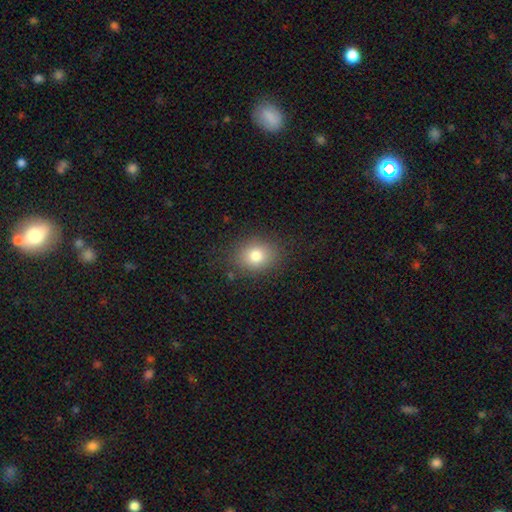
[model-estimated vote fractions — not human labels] smooth 79%, star or artifact 12%, featured or disk 9%. Down the decision tree: how rounded — round (57%); merging — none (84%).